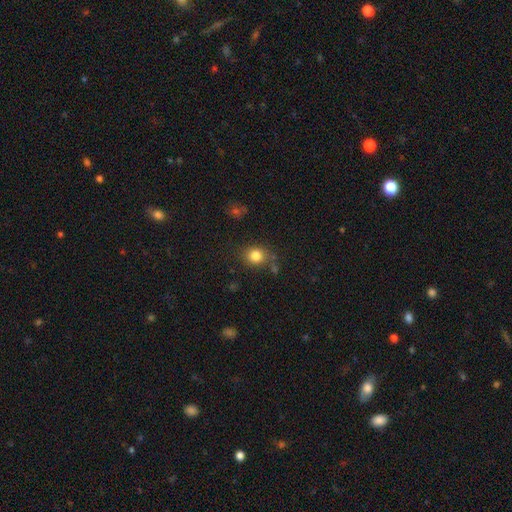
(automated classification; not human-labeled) Smooth or featured? smooth (82%)
How rounded? round (73%)
Merging? none (76%)